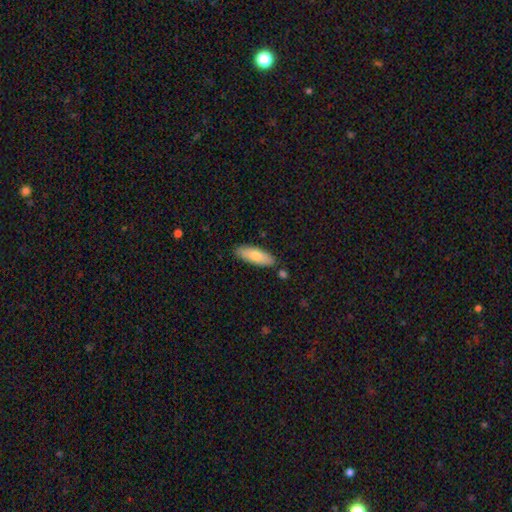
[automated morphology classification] Smooth or featured?
  - smooth: 75% *
  - featured or disk: 19%
  - star or artifact: 6%
How rounded?
  - in between: 62% *
  - cigar-shaped: 36%
  - round: 2%
Merging?
  - none: 83% *
  - minor disturbance: 11%
  - merger: 4%
  - major disturbance: 2%